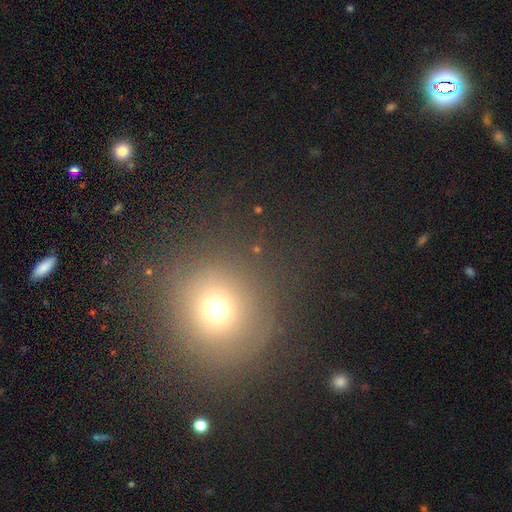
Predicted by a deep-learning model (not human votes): A smooth galaxy with no disk features (64%) that is round (91%).

Vote fractions:
- Smooth or featured? smooth: 64% / star or artifact: 26% / featured or disk: 10%
- How rounded? round: 91% / in between: 8% / cigar-shaped: 1%
- Merging? none: 87% / minor disturbance: 8% / major disturbance: 4% / merger: 2%